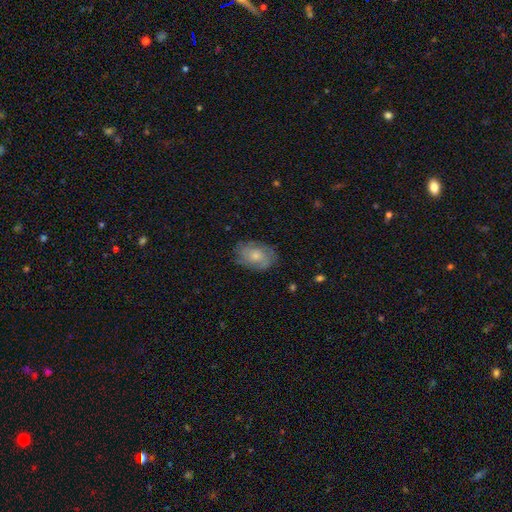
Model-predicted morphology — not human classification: type=smooth (53%); roundness=in between (84%); merging=none (75%).